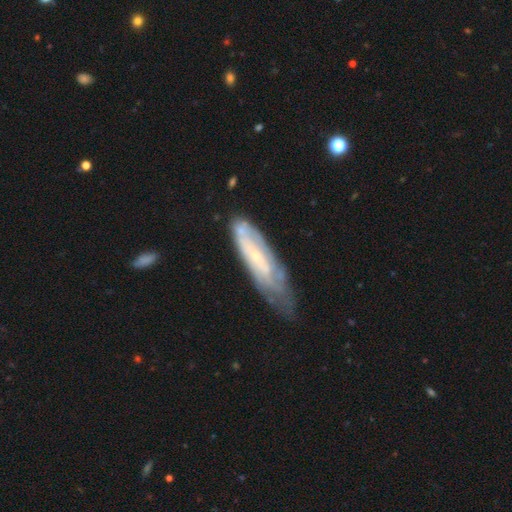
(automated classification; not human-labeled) Smooth or featured? featured or disk (65%)
Edge-on disk? no (71%)
Merging? none (46%)